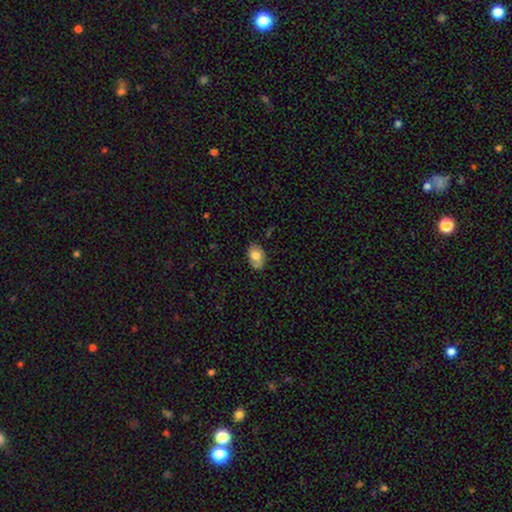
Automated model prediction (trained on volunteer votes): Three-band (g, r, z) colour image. It shows a smooth galaxy with no disk features (75%) that is in between round and cigar-shaped (85%). Merging: none (73%).